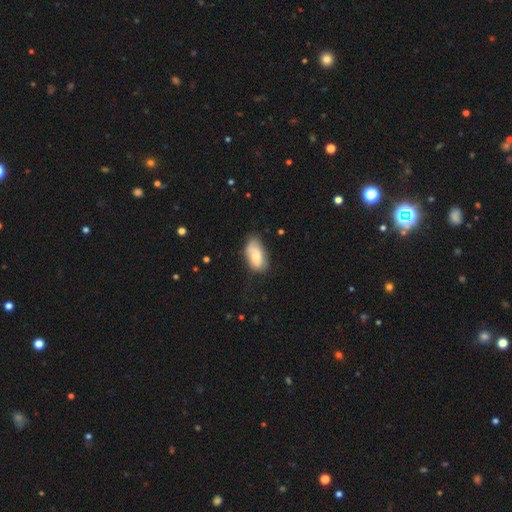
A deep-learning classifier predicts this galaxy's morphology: A smooth galaxy with no disk features (72%) that is in between round and cigar-shaped (93%).

Vote fractions:
- Smooth or featured? smooth: 72% / featured or disk: 22% / star or artifact: 6%
- How rounded? in between: 93% / cigar-shaped: 4% / round: 3%
- Merging? none: 59% / minor disturbance: 30% / major disturbance: 9% / merger: 2%